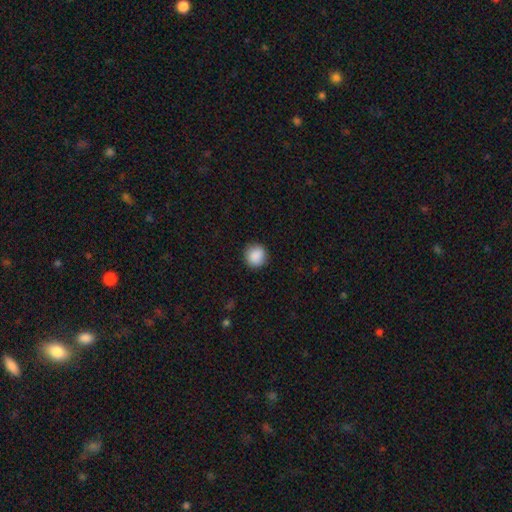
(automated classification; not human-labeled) The model was most divided on "smooth or featured": smooth: 89%, star or artifact: 8%, featured or disk: 3%. More confident: how rounded — round (92%); merging — none (90%).